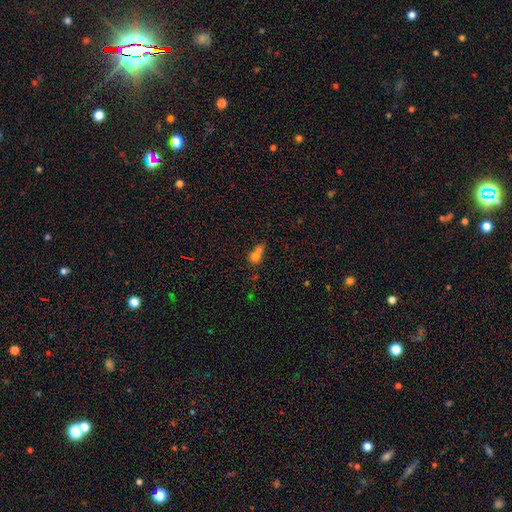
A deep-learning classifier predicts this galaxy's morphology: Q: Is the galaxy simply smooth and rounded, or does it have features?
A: smooth — 71%.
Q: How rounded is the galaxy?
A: round — 66%.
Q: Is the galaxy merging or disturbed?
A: merger — 58%.